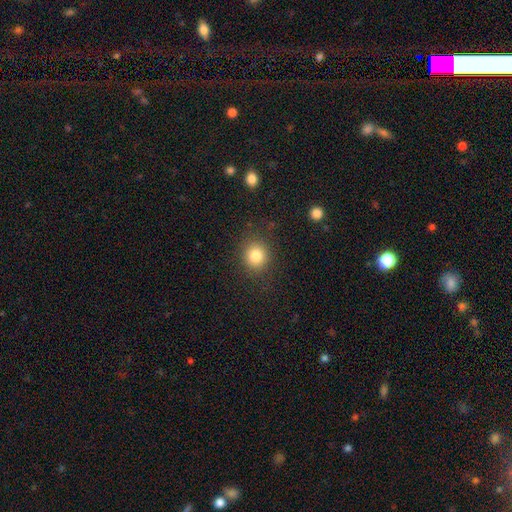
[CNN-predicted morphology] type=smooth (81%); roundness=round (84%); merging=none (86%).